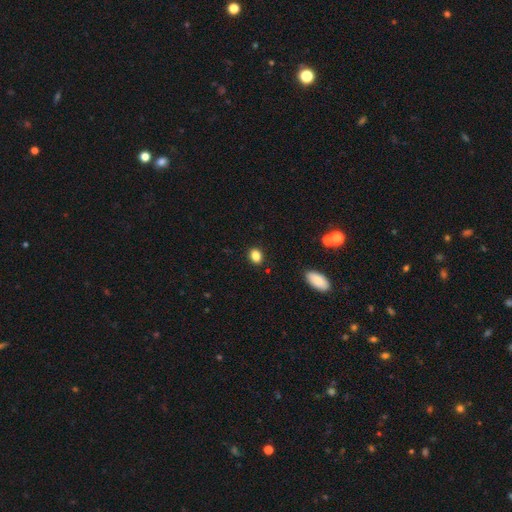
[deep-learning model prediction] Overall: smooth (85%). How rounded: in between (66%; round 32%). Merging: none (87%).